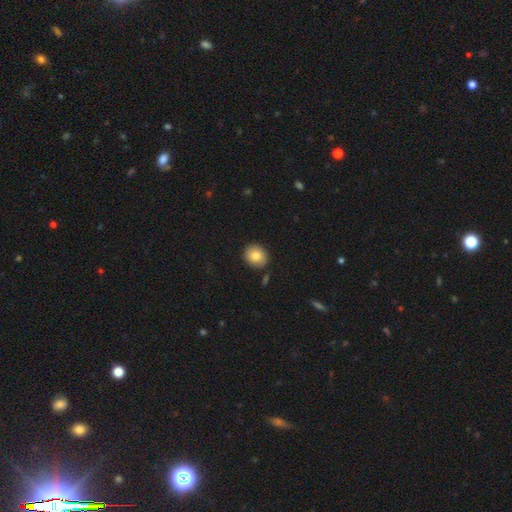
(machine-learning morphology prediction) Smooth or featured? Predicted: smooth (p=0.82). How rounded? Predicted: round (p=0.75). Merging? Predicted: none (p=0.86).